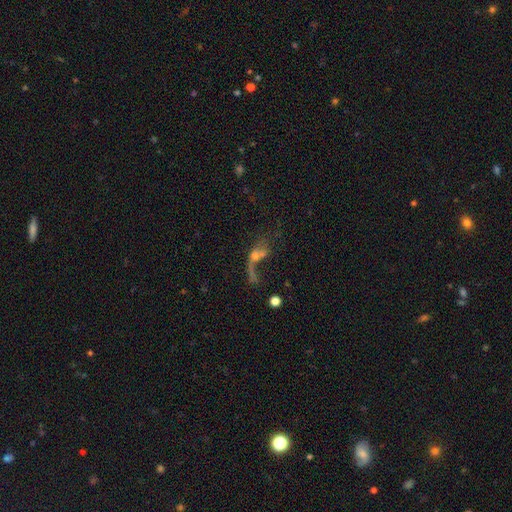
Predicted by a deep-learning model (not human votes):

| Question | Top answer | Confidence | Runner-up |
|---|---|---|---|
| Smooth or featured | featured or disk | 50% | smooth (33%) |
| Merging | merger | 37% | major disturbance (35%) |